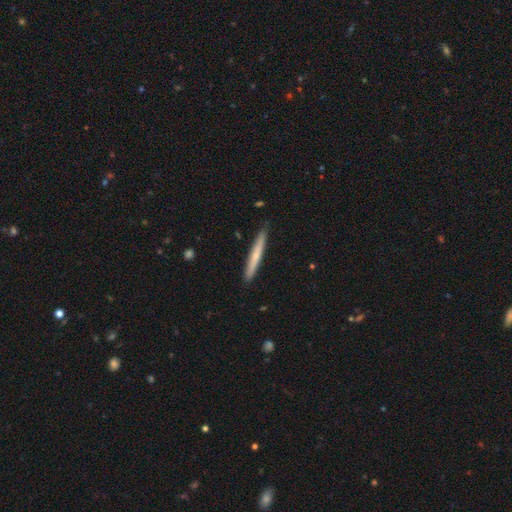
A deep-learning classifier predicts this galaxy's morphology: smooth 58%, featured or disk 37%, star or artifact 5%. Down the decision tree: how rounded — cigar-shaped (96%); merging — none (89%).